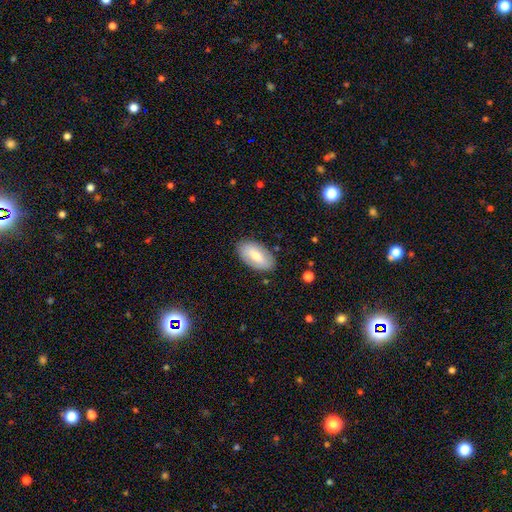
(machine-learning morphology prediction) Overall: smooth (65%; featured or disk 29%). How rounded: in between (94%). Merging: none (83%).